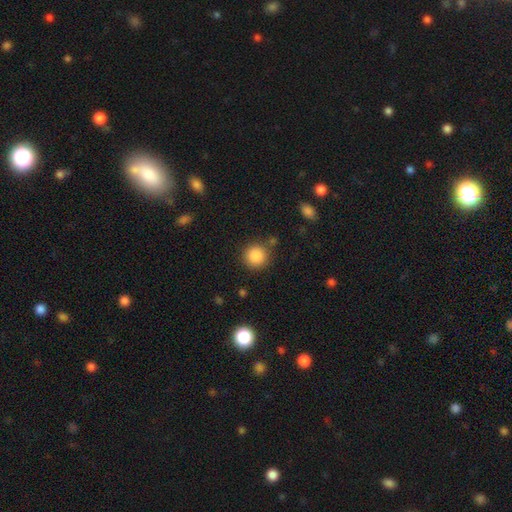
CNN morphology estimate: Smooth or featured: smooth — 87% (star or artifact — 9%)
How rounded: round — 93% (in between — 6%)
Merging: none — 84% (minor disturbance — 9%)